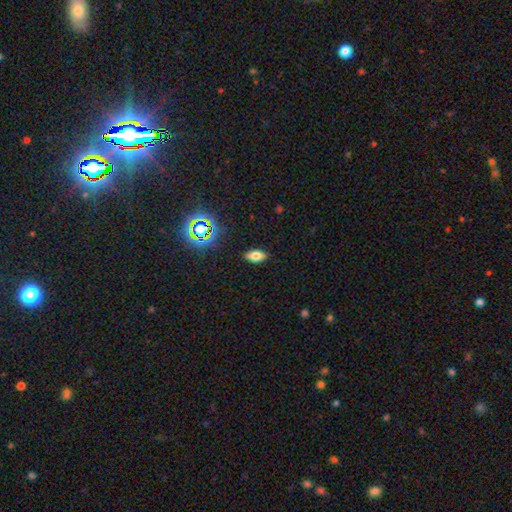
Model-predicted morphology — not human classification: Overall: smooth (69%). How rounded: in between (84%). Merging: none (88%).